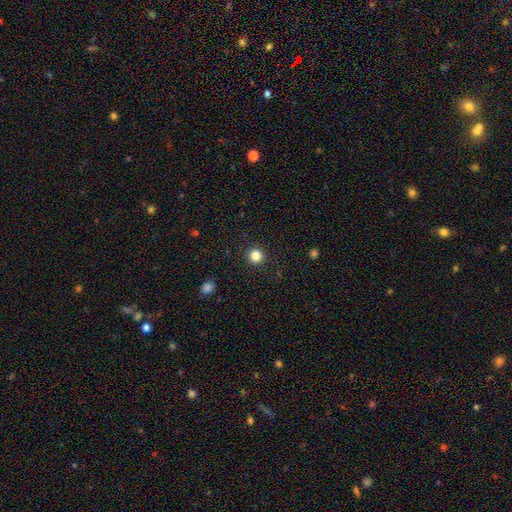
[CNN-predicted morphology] Q: Smooth or featured?
A: smooth (84%); runner-up: star or artifact (12%)
Q: How rounded?
A: round (94%); runner-up: in between (5%)
Q: Merging?
A: none (92%); runner-up: minor disturbance (5%)